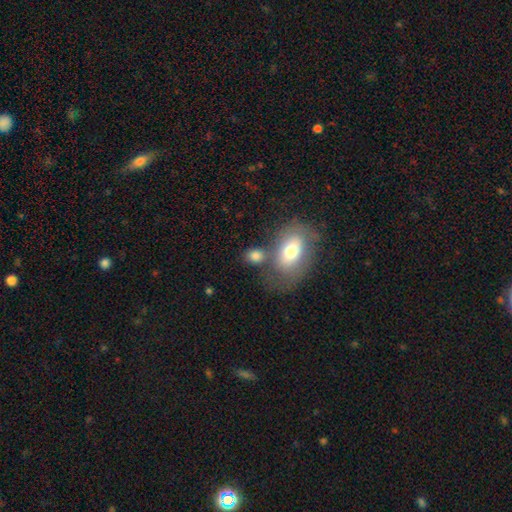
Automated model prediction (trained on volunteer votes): Smooth or featured?
  - smooth: 78% *
  - featured or disk: 13%
  - star or artifact: 9%
How rounded?
  - in between: 62% *
  - round: 36%
  - cigar-shaped: 2%
Merging?
  - none: 51% *
  - merger: 28%
  - minor disturbance: 14%
  - major disturbance: 7%